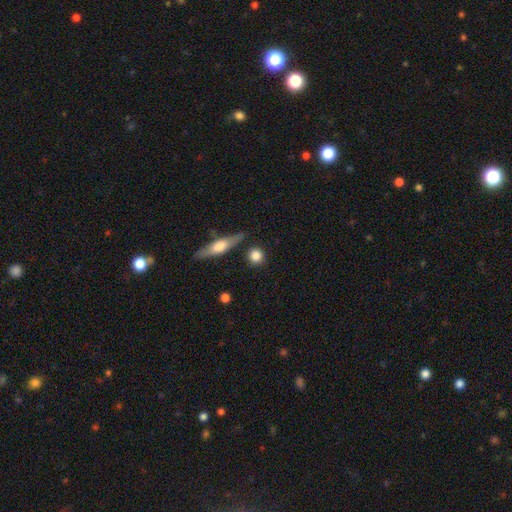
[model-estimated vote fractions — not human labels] Smooth or featured: smooth — 82% (featured or disk — 11%)
How rounded: round — 86% (in between — 9%)
Merging: none — 82% (minor disturbance — 9%)